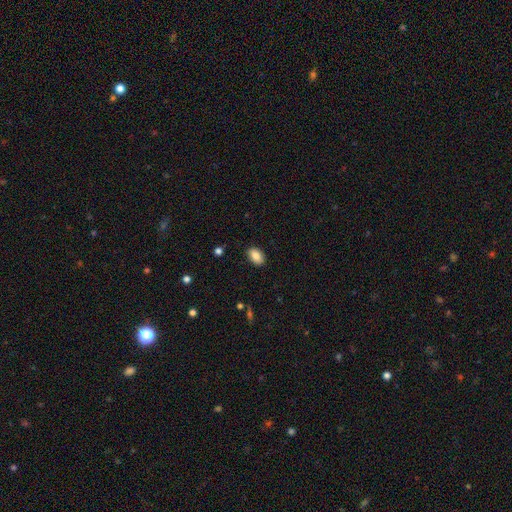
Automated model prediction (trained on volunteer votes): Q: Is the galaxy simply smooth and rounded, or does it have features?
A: smooth — 85%.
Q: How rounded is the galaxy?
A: in between — 90%.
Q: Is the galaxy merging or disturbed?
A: none — 88%.